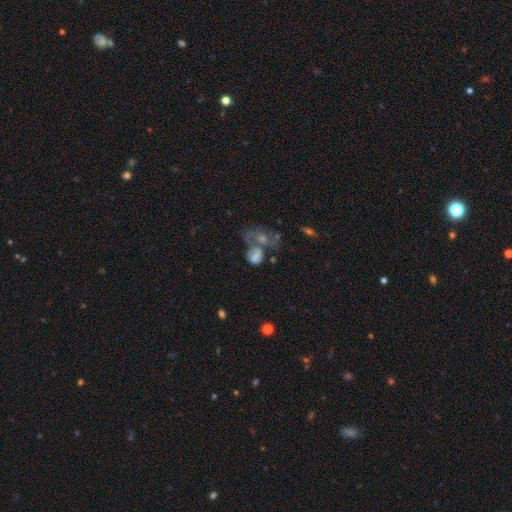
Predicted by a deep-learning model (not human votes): Overall: smooth (55%; featured or disk 30%). How rounded: in between (66%; round 32%). Merging: merger (49%; major disturbance 20%).